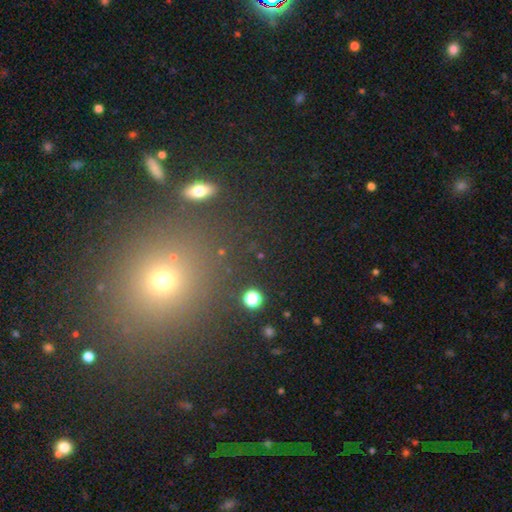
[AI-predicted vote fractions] smooth_or_featured: star or artifact (p=0.47) [alt: smooth p=0.45]